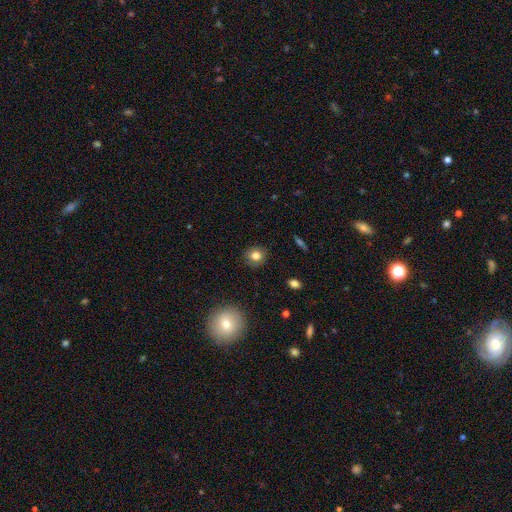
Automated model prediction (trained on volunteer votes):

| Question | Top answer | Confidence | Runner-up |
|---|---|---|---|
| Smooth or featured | smooth | 79% | star or artifact (11%) |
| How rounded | round | 83% | in between (16%) |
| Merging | none | 87% | minor disturbance (10%) |